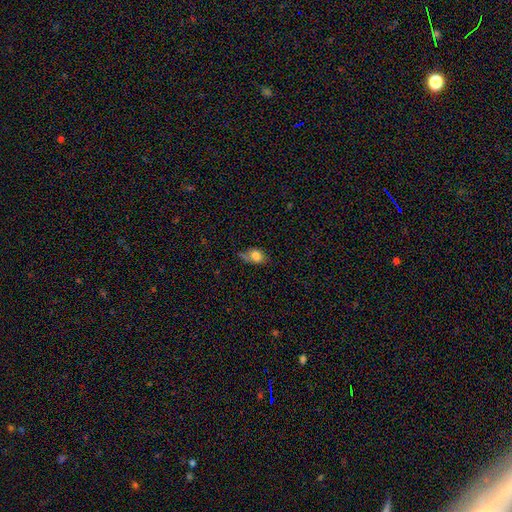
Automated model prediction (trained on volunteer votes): The model was most divided on "merging": none: 40%, minor disturbance: 35%, major disturbance: 16%, merger: 8%. More confident: smooth or featured — smooth (78%); how rounded — in between (64%).